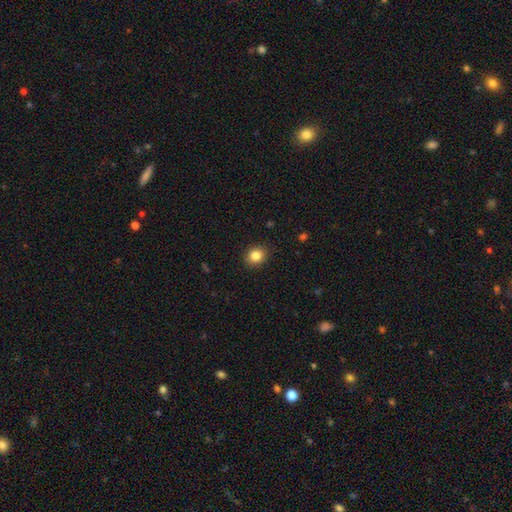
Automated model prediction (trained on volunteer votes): Q: Smooth or featured?
A: smooth (84%); runner-up: star or artifact (11%)
Q: How rounded?
A: round (68%); runner-up: in between (31%)
Q: Merging?
A: none (89%); runner-up: minor disturbance (8%)